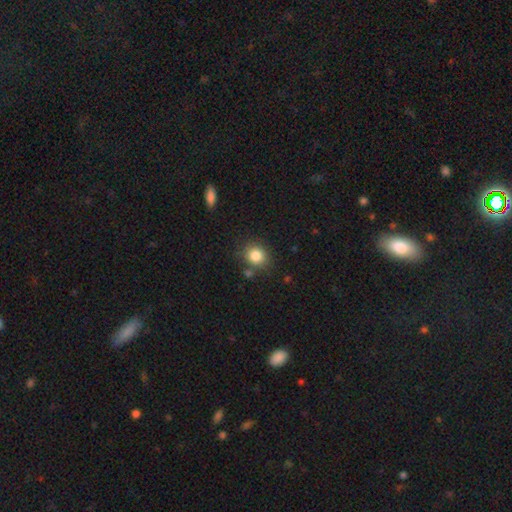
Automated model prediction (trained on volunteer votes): smooth_or_featured: smooth (p=0.84) [alt: star or artifact p=0.10]
how_rounded: round (p=0.74) [alt: in between p=0.25]
merging: none (p=0.77) [alt: minor disturbance p=0.12]